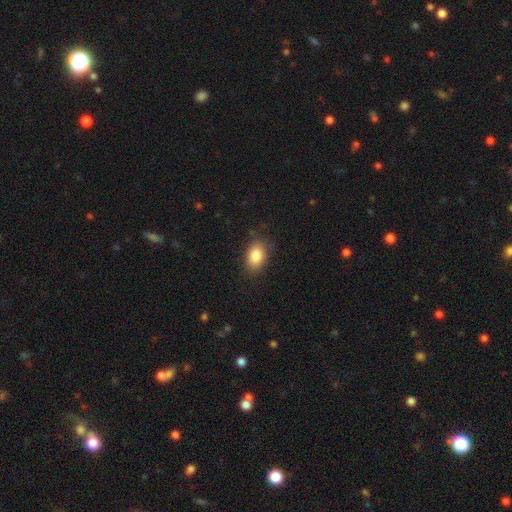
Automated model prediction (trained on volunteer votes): The model was most divided on "merging": none: 82%, minor disturbance: 13%, major disturbance: 4%, merger: 1%. More confident: smooth or featured — smooth (86%); how rounded — in between (85%).